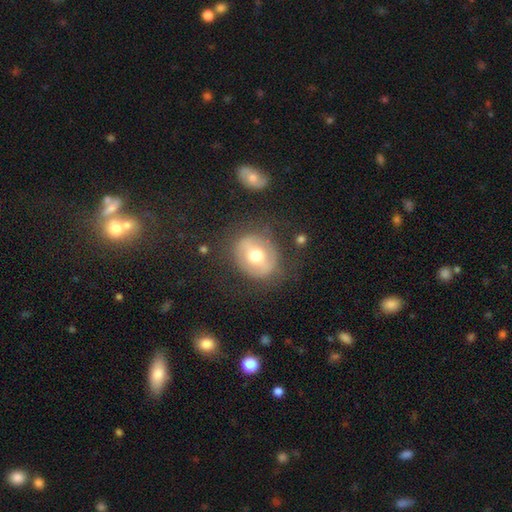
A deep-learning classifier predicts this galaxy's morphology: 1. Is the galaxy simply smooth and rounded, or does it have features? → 47% smooth, 46% featured or disk, 7% star or artifact.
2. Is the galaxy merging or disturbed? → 73% none, 15% minor disturbance, 9% major disturbance, 2% merger.